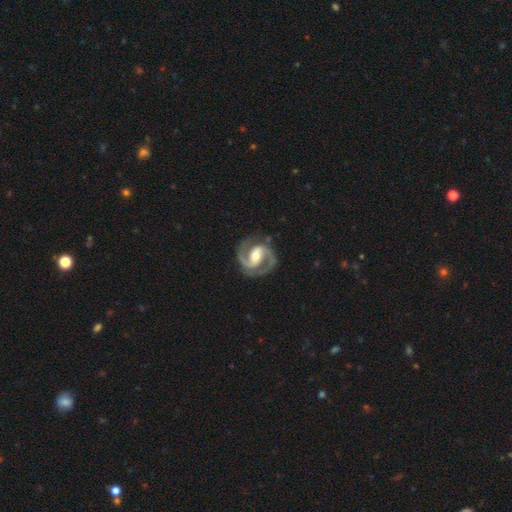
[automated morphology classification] Q: Smooth or featured?
A: featured or disk (93%); runner-up: smooth (4%)
Q: Edge-on disk?
A: no (98%); runner-up: yes (2%)
Q: Bar?
A: weak (41%); runner-up: strong (40%)
Q: Spiral arms?
A: yes (98%); runner-up: no (2%)
Q: Spiral winding?
A: medium (60%); runner-up: tight (31%)
Q: Spiral arm count?
A: 2 (94%); runner-up: can't tell (1%)
Q: Bulge size?
A: moderate (67%); runner-up: small (22%)
Q: Merging?
A: none (85%); runner-up: minor disturbance (10%)